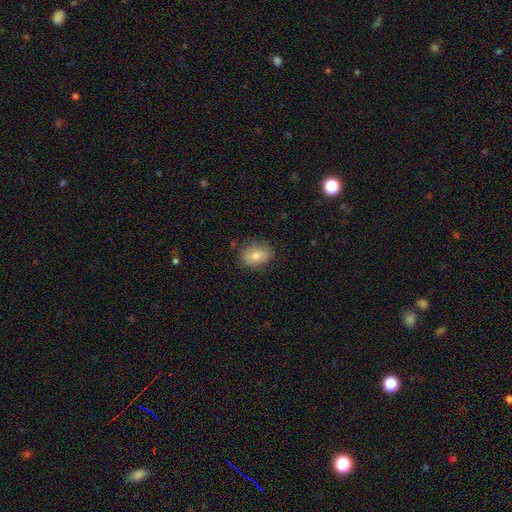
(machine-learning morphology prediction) This is likely a smooth galaxy (73%). How rounded: likely in between (75%). Merging: clearly none (82%).